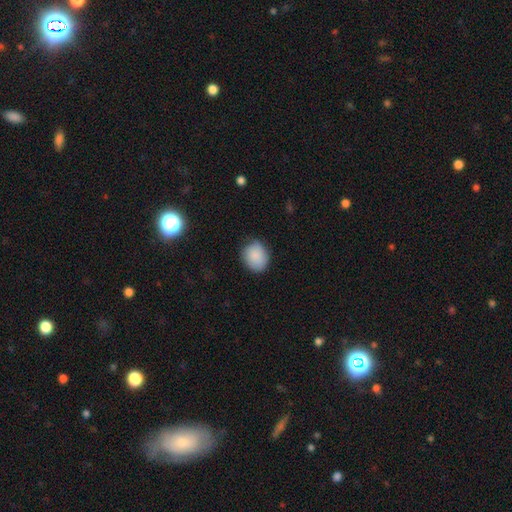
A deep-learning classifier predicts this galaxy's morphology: The model was most divided on "how rounded": round: 60%, in between: 39%, cigar-shaped: 1%. More confident: smooth or featured — smooth (87%); merging — none (74%).